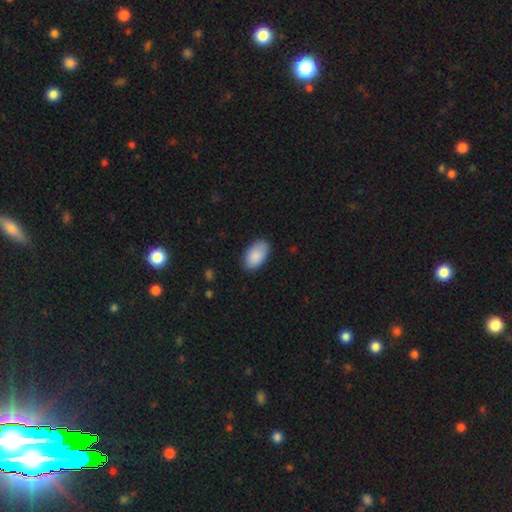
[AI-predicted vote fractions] Smooth or featured: smooth — 88% (star or artifact — 6%)
How rounded: in between — 95% (round — 4%)
Merging: none — 83% (minor disturbance — 14%)